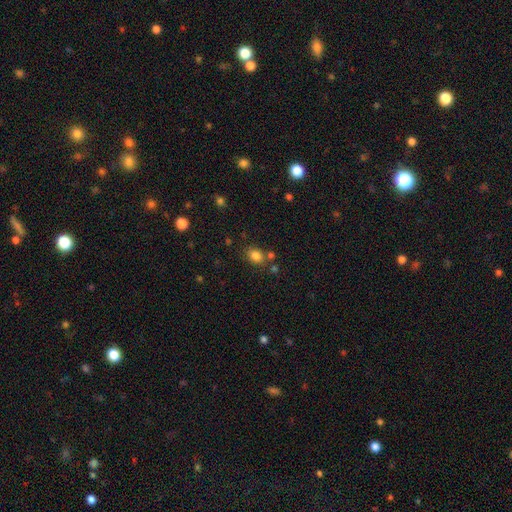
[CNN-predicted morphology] A smooth galaxy with no disk features (82%) that is in between round and cigar-shaped (60%). Merging: none (71%).